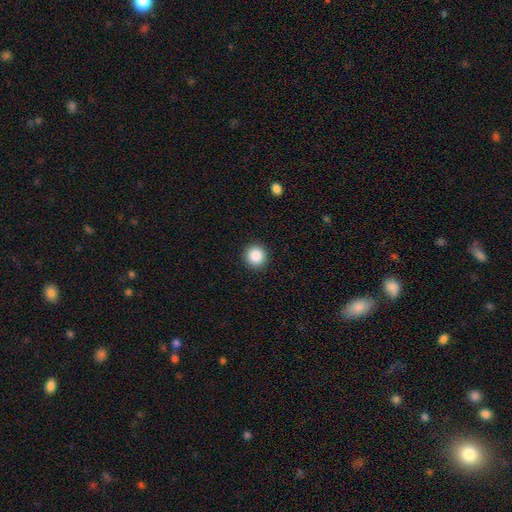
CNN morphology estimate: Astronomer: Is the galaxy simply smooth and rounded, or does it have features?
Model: smooth — 87%.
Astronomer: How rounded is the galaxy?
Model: round — 95%.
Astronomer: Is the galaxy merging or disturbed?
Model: none — 92%.